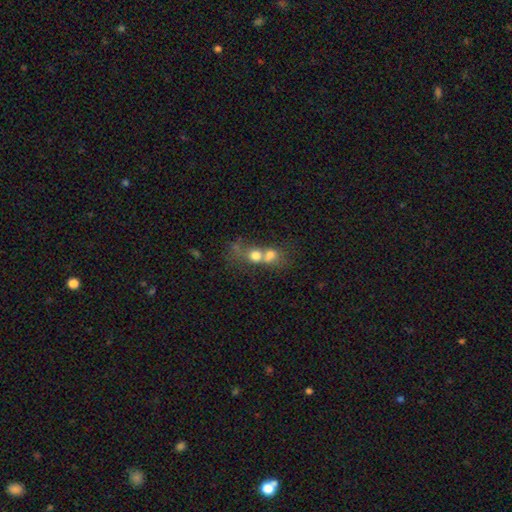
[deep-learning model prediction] Q: Smooth or featured?
A: smooth (65%); runner-up: featured or disk (22%)
Q: How rounded?
A: round (68%); runner-up: in between (30%)
Q: Merging?
A: merger (71%); runner-up: none (19%)